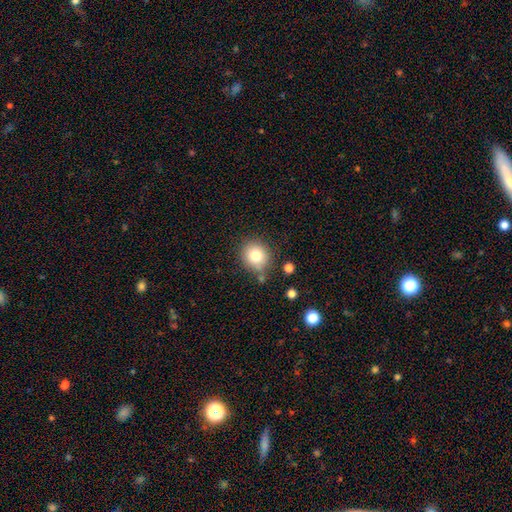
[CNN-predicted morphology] Smooth or featured: smooth — 79% (star or artifact — 11%)
How rounded: round — 79% (in between — 20%)
Merging: none — 74% (minor disturbance — 16%)